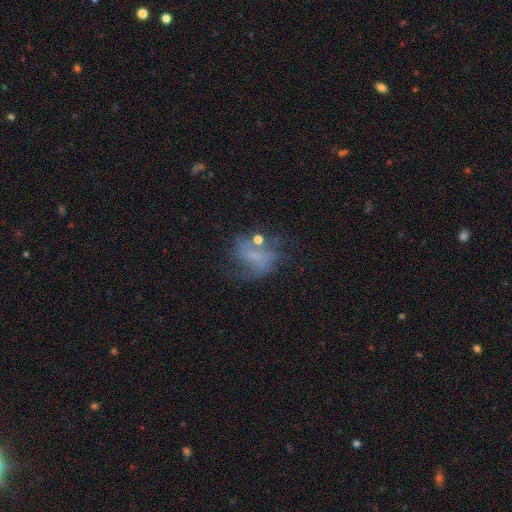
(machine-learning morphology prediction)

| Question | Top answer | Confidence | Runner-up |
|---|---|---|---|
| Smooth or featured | featured or disk | 51% | smooth (32%) |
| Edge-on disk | no | 97% | yes (3%) |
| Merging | none | 41% | major disturbance (29%) |